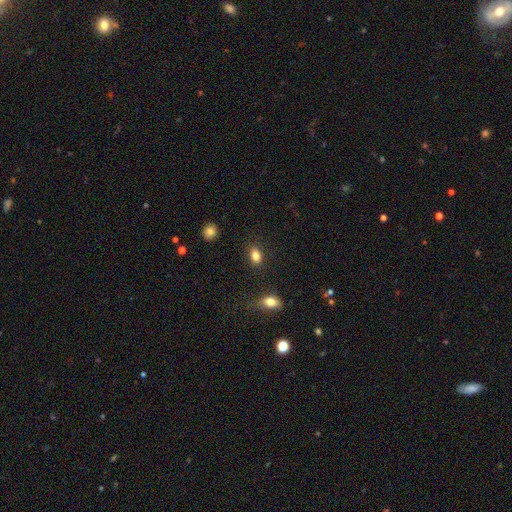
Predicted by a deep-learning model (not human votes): Smooth or featured: smooth — 82% (star or artifact — 10%)
How rounded: in between — 80% (round — 17%)
Merging: none — 86% (minor disturbance — 9%)